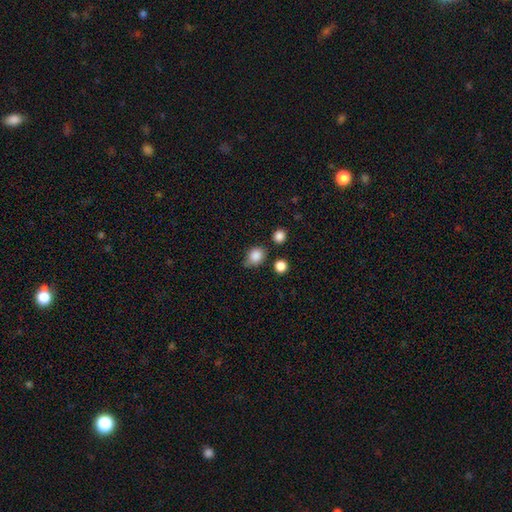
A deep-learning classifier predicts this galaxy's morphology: Smooth or featured? Predicted: smooth (p=0.85). How rounded? Predicted: round (p=0.62). Merging? Predicted: none (p=0.63).